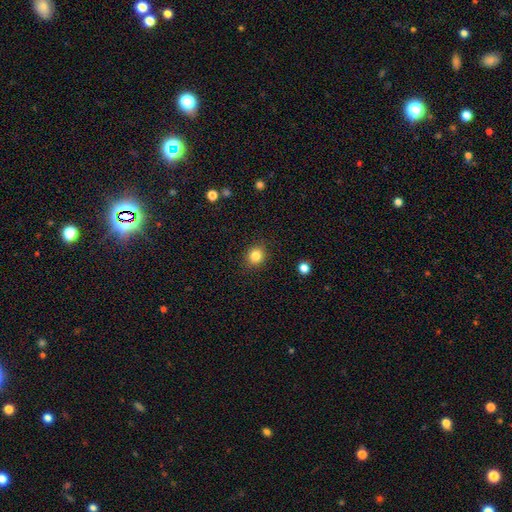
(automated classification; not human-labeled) Morphology: type=smooth (84%); roundness=round (82%); merging=none (89%).